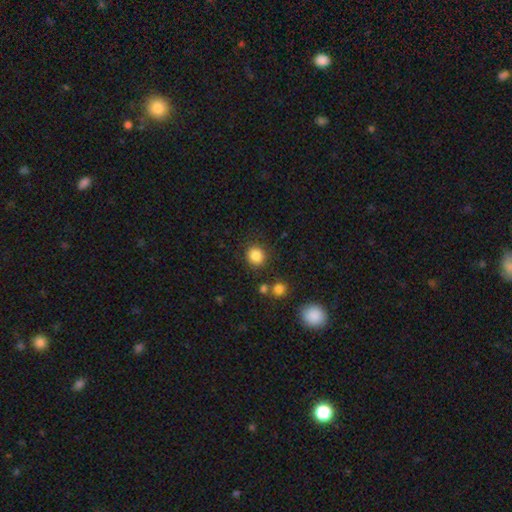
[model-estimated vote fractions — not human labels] The model was most divided on "smooth or featured": smooth: 85%, star or artifact: 11%, featured or disk: 4%. More confident: how rounded — round (88%); merging — none (86%).